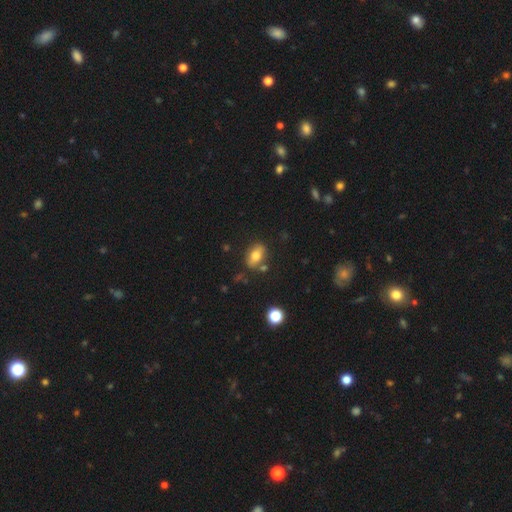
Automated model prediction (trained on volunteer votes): Smooth or featured? smooth (72%)
How rounded? in between (84%)
Merging? none (77%)